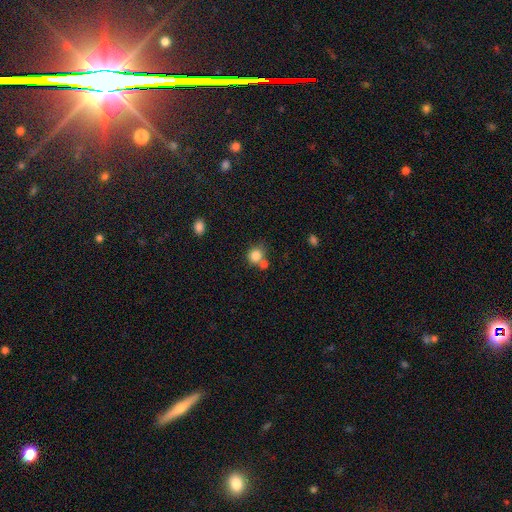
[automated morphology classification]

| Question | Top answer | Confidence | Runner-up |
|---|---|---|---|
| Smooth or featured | smooth | 82% | star or artifact (11%) |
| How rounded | round | 81% | in between (18%) |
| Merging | none | 54% | merger (30%) |